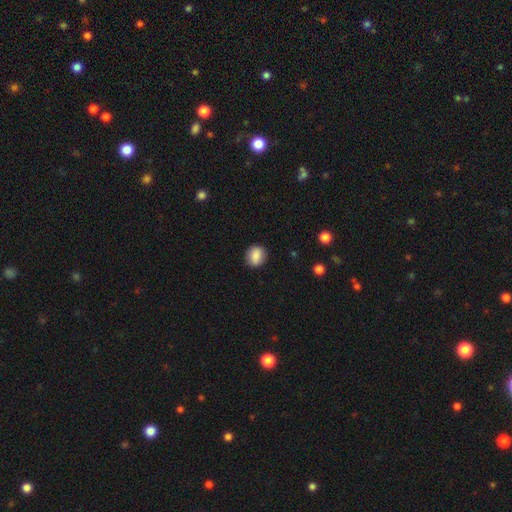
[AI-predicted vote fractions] smooth_or_featured: smooth (p=0.85) [alt: star or artifact p=0.08]
how_rounded: round (p=0.72) [alt: in between p=0.27]
merging: none (p=0.87) [alt: minor disturbance p=0.09]